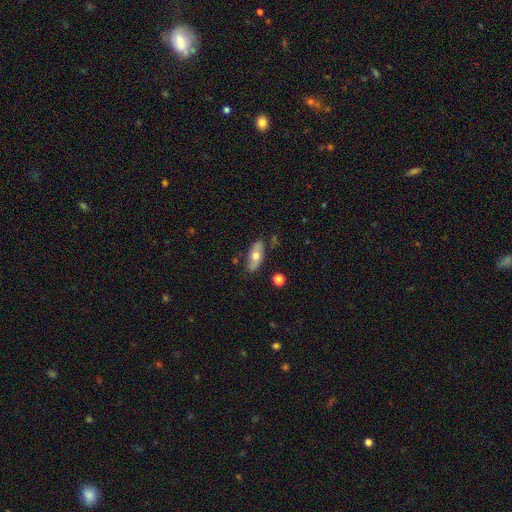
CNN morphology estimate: Smooth or featured? smooth (54%)
How rounded? in between (81%)
Merging? none (76%)